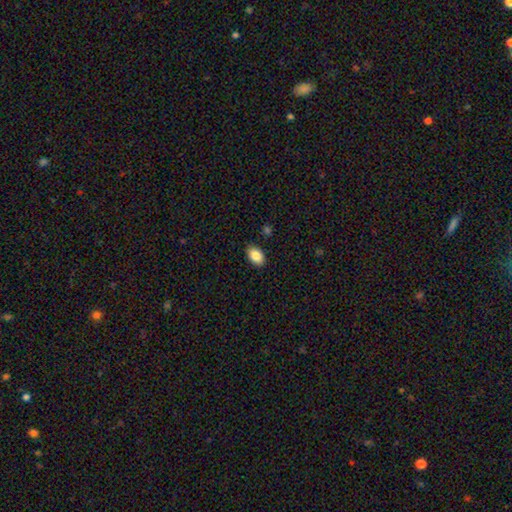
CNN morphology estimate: The model was most divided on "how rounded": in between: 89%, round: 10%, cigar-shaped: 1%. More confident: merging — none (88%); smooth or featured — smooth (87%).